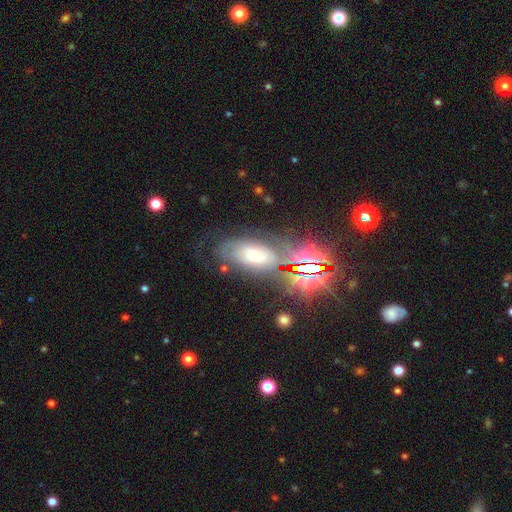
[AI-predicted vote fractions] This appears to be a featured or disk galaxy (36%). Merging: none (61%).